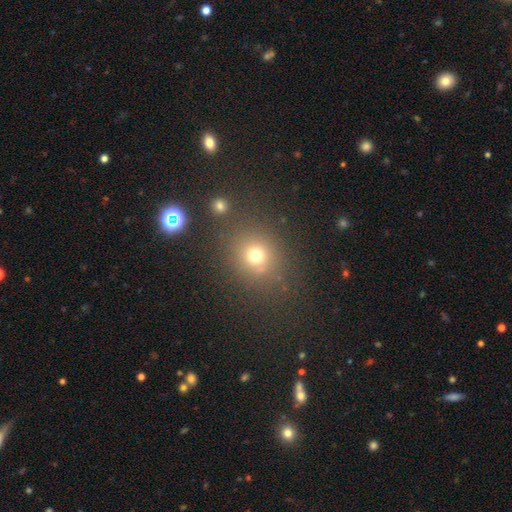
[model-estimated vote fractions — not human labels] This is likely a smooth galaxy (72%). How rounded: likely round (78%). Merging: likely none (77%).